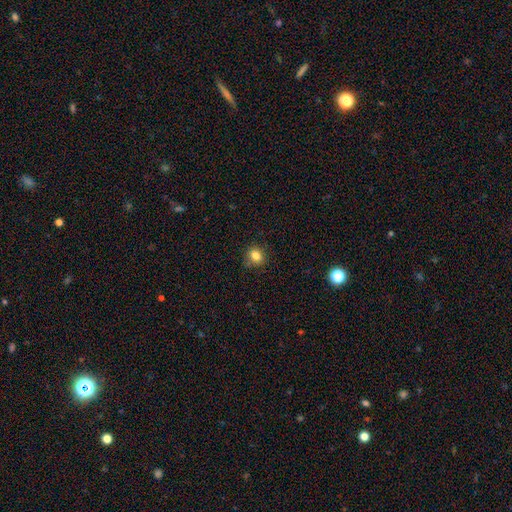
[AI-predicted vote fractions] Smooth or featured? Predicted: smooth (p=0.83). How rounded? Predicted: round (p=0.69). Merging? Predicted: none (p=0.80).